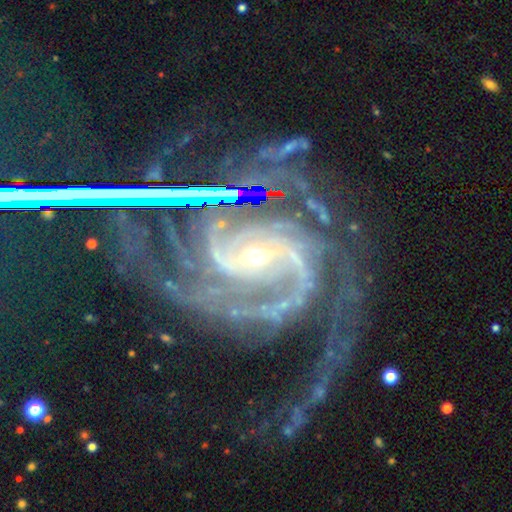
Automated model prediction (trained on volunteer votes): Overall: featured or disk (91%). Edge-on disk: no (98%). Bar: no (49%; weak 27%). Spiral arms: yes (99%). Spiral arm count: 2 (44%; 3 23%). Spiral winding: tight (49%; medium 43%). Bulge size: small (75%). Merging: none (44%; major disturbance 31%).